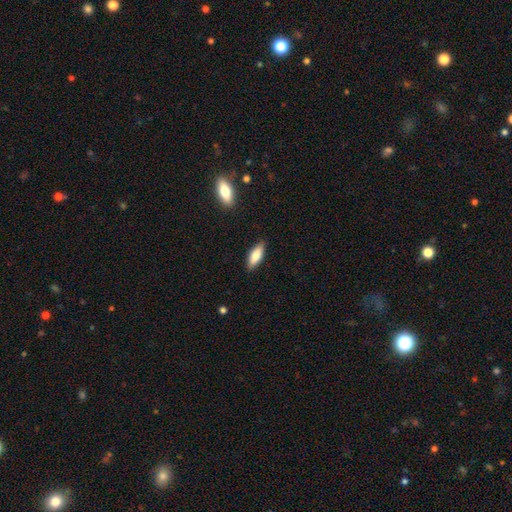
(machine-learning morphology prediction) Overall: smooth (78%). How rounded: in between (67%; cigar-shaped 31%). Merging: none (87%).